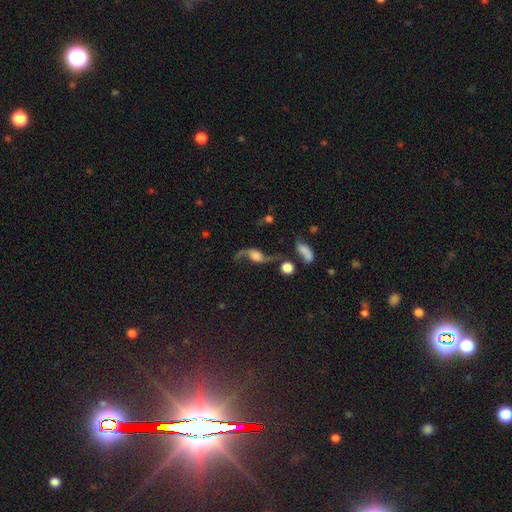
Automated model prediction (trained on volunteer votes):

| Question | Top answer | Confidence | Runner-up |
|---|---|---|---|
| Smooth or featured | featured or disk | 83% | smooth (9%) |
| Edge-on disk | no | 91% | yes (9%) |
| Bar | no | 61% | weak (29%) |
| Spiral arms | yes | 95% | no (5%) |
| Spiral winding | loose | 91% | medium (7%) |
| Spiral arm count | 2 | 93% | 1 (3%) |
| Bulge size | large | 37% | moderate (22%) |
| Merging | none | 62% | minor disturbance (15%) |